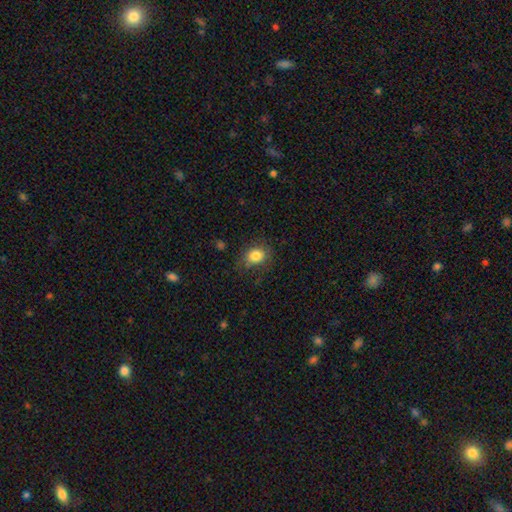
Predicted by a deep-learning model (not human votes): Morphology: type=smooth (83%); roundness=in between (53%); merging=none (73%).